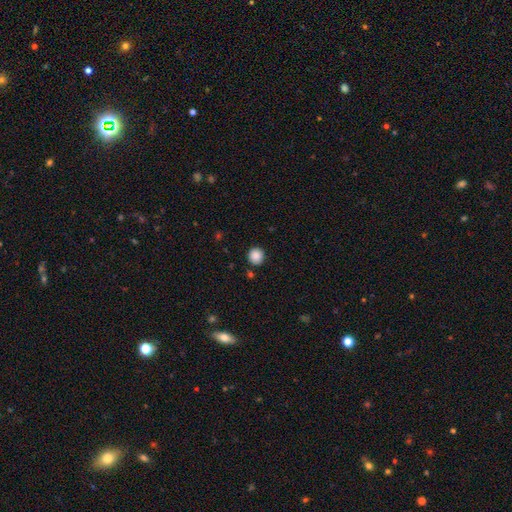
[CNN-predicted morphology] Smooth or featured?
  - smooth: 88% *
  - star or artifact: 9%
  - featured or disk: 3%
How rounded?
  - round: 93% *
  - in between: 6%
  - cigar-shaped: 1%
Merging?
  - none: 89% *
  - minor disturbance: 7%
  - merger: 2%
  - major disturbance: 2%